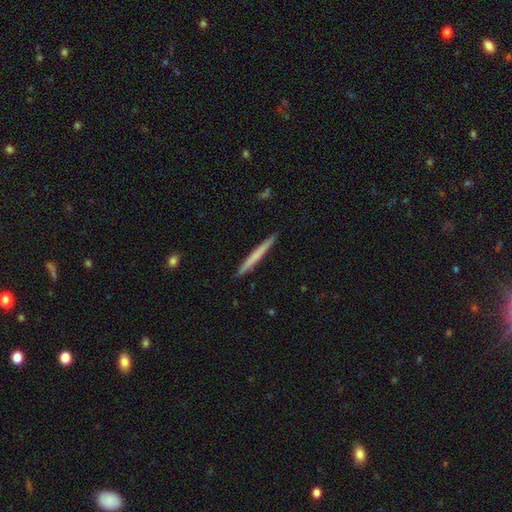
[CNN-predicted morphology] This appears to be a smooth galaxy with no disk features (59%) that is cigar-shaped (97%). Merging: none (92%).